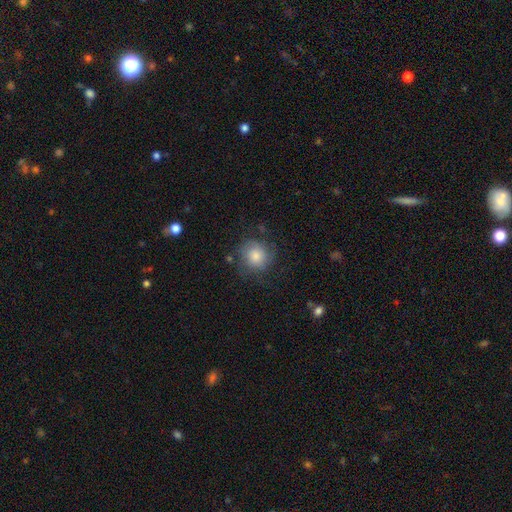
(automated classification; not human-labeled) This appears to be a smooth galaxy with no disk features (67%) that is round (89%). Merging: none (70%).